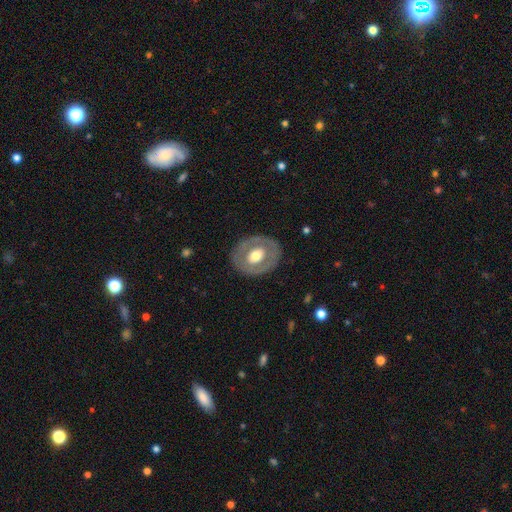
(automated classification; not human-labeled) featured or disk 53%, smooth 42%, star or artifact 5%. Down the decision tree: edge-on disk — no (94%); merging — none (82%).